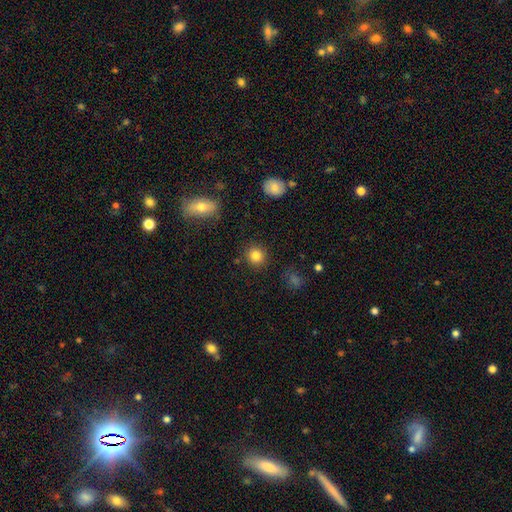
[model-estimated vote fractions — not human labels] A smooth galaxy with no disk features (84%) that is round (92%).

Vote fractions:
- Smooth or featured? smooth: 84% / star or artifact: 11% / featured or disk: 5%
- How rounded? round: 92% / in between: 7% / cigar-shaped: 1%
- Merging? none: 90% / minor disturbance: 6% / major disturbance: 2% / merger: 2%